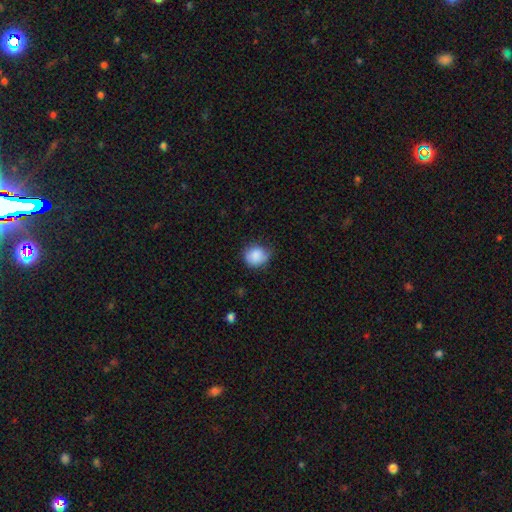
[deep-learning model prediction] Smooth or featured: smooth — 85% (star or artifact — 8%)
How rounded: round — 75% (in between — 24%)
Merging: none — 58% (minor disturbance — 33%)